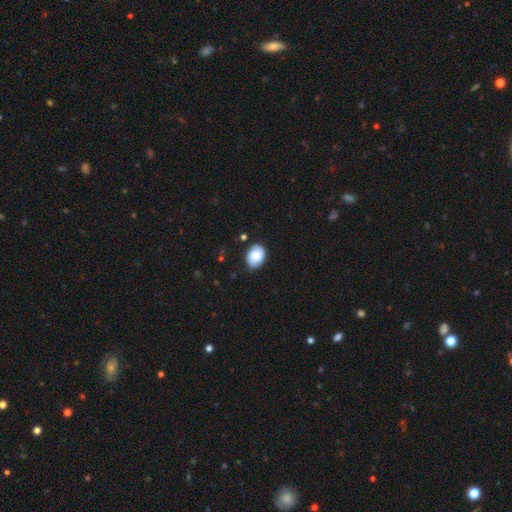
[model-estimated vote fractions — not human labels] smooth 83%, featured or disk 10%, star or artifact 7%. Down the decision tree: how rounded — in between (72%); merging — none (81%).